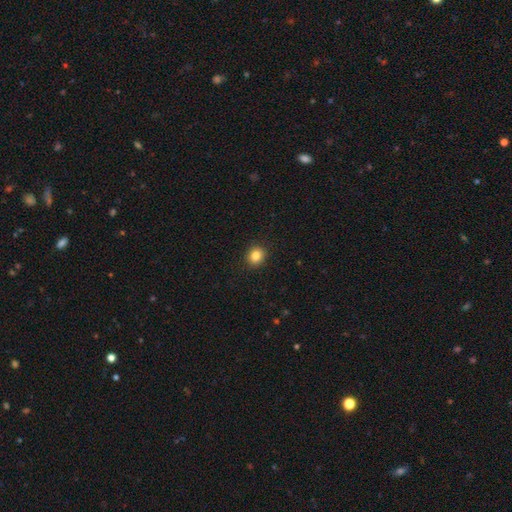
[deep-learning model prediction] smooth_or_featured: smooth (p=0.84) [alt: star or artifact p=0.11]
how_rounded: round (p=0.79) [alt: in between p=0.20]
merging: none (p=0.92) [alt: minor disturbance p=0.06]